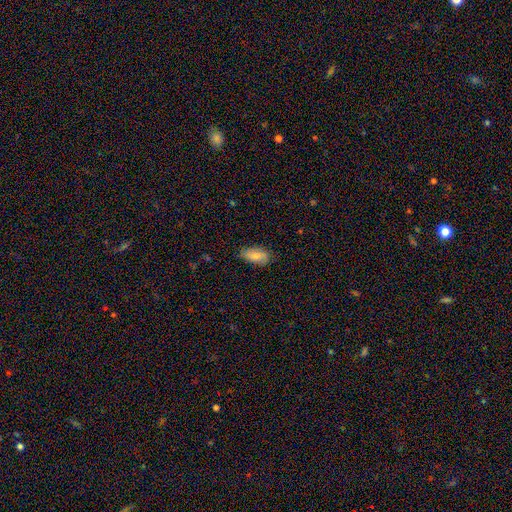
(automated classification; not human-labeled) smooth-or-featured: smooth: 84% | featured or disk: 10% | star or artifact: 6%
  how-rounded: in between: 90% | cigar-shaped: 8% | round: 2%
  merging: none: 81% | minor disturbance: 15% | major disturbance: 3% | merger: 1%